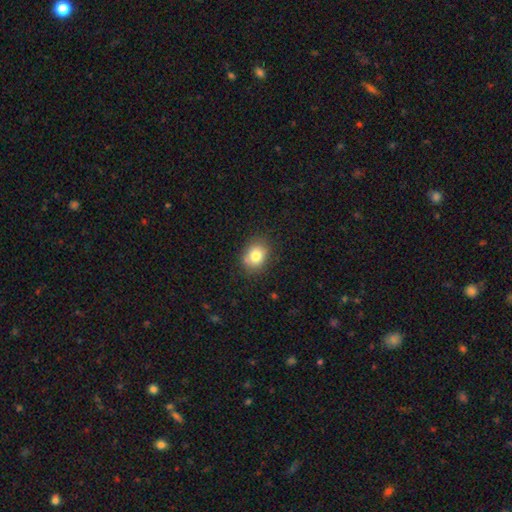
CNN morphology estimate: This is clearly a smooth galaxy (80%). How rounded: possibly round (51%). Merging: likely none (79%).